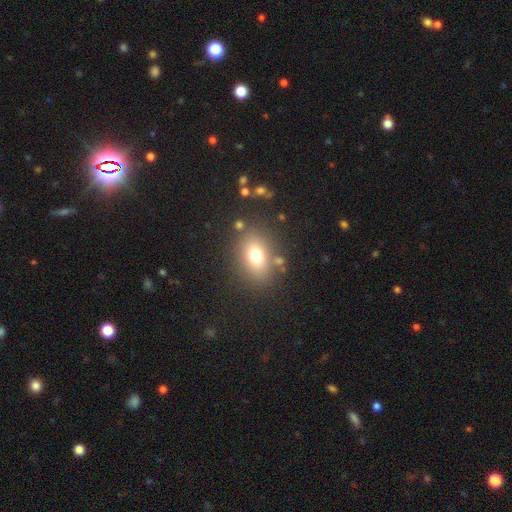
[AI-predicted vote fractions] Smooth or featured? Predicted: smooth (p=0.72). How rounded? Predicted: in between (p=0.67). Merging? Predicted: none (p=0.79).